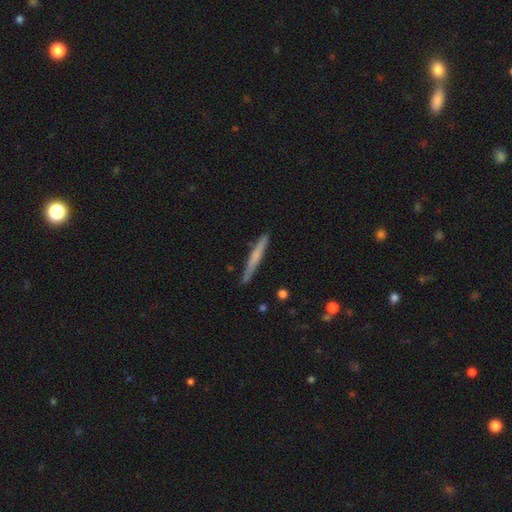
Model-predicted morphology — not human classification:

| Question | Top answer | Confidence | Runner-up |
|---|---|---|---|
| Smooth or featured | smooth | 57% | featured or disk (38%) |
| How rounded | cigar-shaped | 96% | in between (2%) |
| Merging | none | 88% | minor disturbance (9%) |